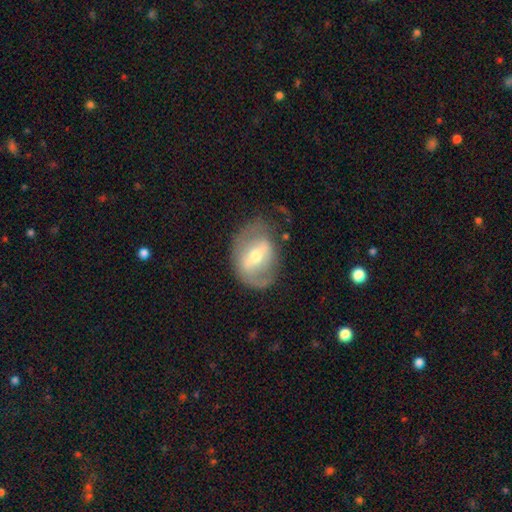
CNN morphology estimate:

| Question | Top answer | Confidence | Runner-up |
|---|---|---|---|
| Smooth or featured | featured or disk | 65% | smooth (28%) |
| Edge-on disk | no | 93% | yes (7%) |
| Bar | strong | 46% | weak (38%) |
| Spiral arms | yes | 58% | no (42%) |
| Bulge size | moderate | 64% | small (27%) |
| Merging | none | 56% | minor disturbance (26%) |